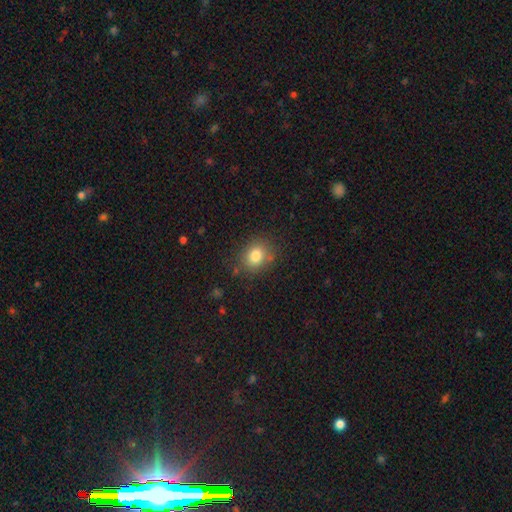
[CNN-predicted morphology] This is clearly a smooth galaxy (81%). How rounded: possibly round (58%). Merging: likely none (78%).